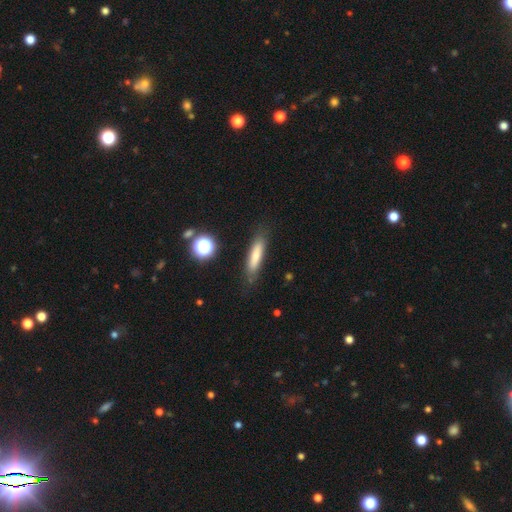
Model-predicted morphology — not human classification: type=smooth (74%); roundness=cigar-shaped (78%); merging=none (81%).